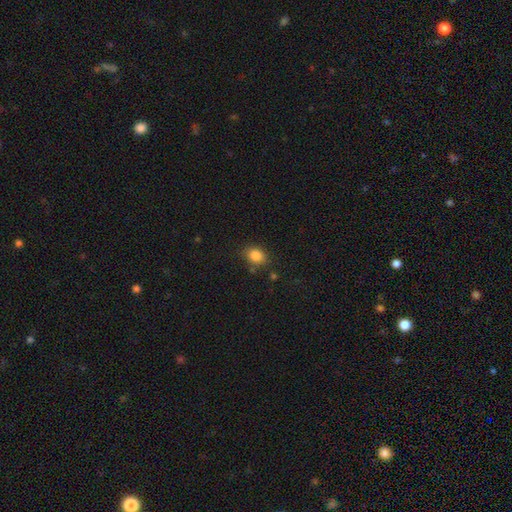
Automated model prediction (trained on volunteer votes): The model was most divided on "how rounded": in between: 53%, round: 46%, cigar-shaped: 1%. More confident: smooth or featured — smooth (85%); merging — none (77%).